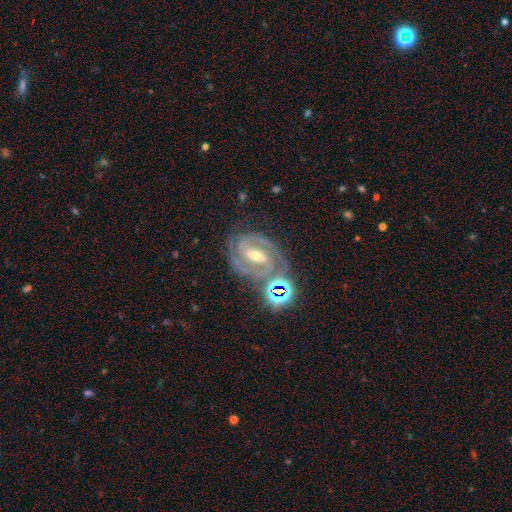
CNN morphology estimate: This appears to be a featured or disk galaxy (89%) with a strong bar (52%), 2 (78%) tight (61%) spiral arms (98%) and a small central bulge (53%). Merging: none (72%).